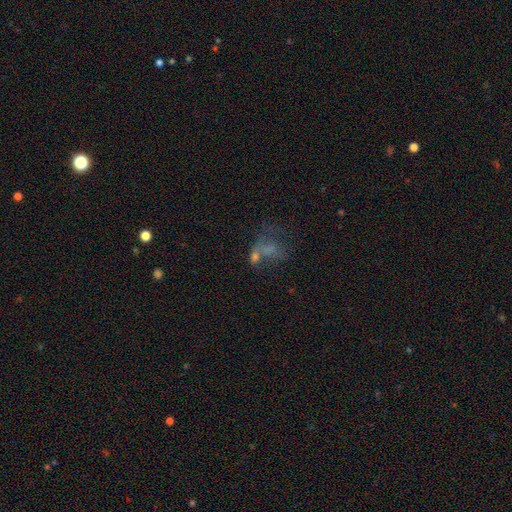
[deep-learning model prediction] Smooth or featured?
  - smooth: 42% *
  - featured or disk: 34%
  - star or artifact: 23%
Merging?
  - merger: 35% *
  - major disturbance: 28%
  - none: 25%
  - minor disturbance: 13%